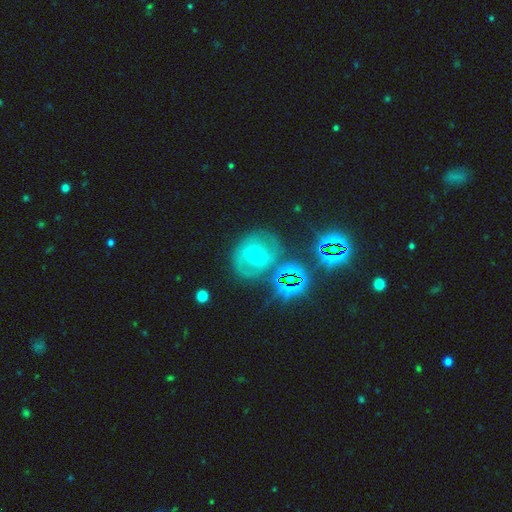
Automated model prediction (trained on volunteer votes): smooth-or-featured: featured or disk: 62% | smooth: 20% | star or artifact: 17%
  disk-edge-on: no: 96% | yes: 4%
    bar: weak: 43% | no: 32% | strong: 25%
    has-spiral-arms: yes: 83% | no: 17%
    bulge-size: small: 51% | moderate: 45% | large: 2% | none: 1% | dominant: 1%
  merging: none: 68% | minor disturbance: 16% | major disturbance: 9% | merger: 7%